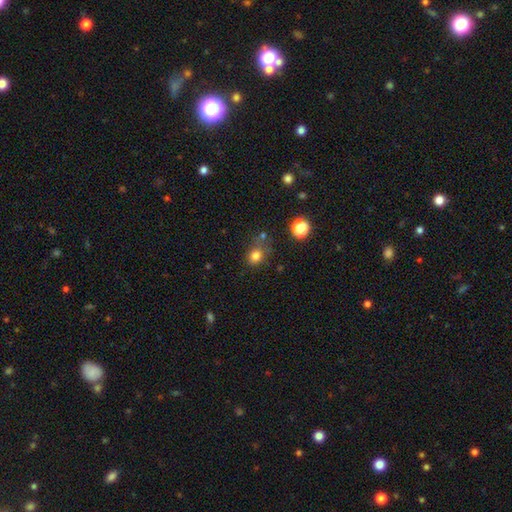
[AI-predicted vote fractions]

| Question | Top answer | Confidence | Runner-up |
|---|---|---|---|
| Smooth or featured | smooth | 79% | star or artifact (14%) |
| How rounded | round | 65% | in between (34%) |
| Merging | none | 59% | minor disturbance (21%) |